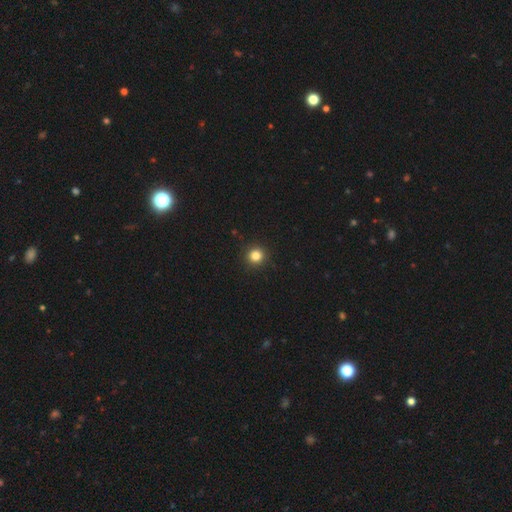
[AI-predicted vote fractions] smooth_or_featured: smooth (p=0.83) [alt: star or artifact p=0.13]
how_rounded: round (p=0.95) [alt: in between p=0.04]
merging: none (p=0.93) [alt: minor disturbance p=0.05]